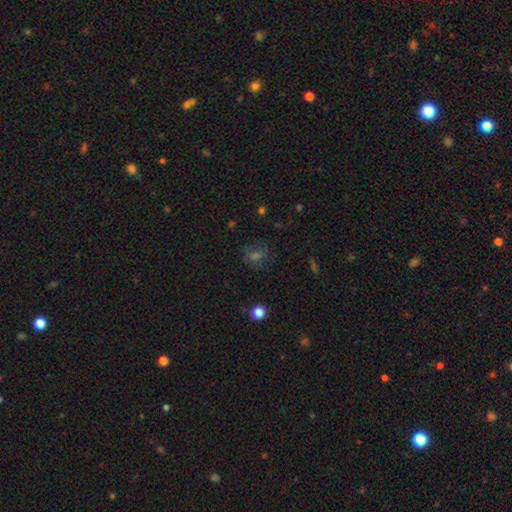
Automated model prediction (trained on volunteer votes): smooth 43%, star or artifact 37%, featured or disk 20%. Down the decision tree: merging — none (73%).